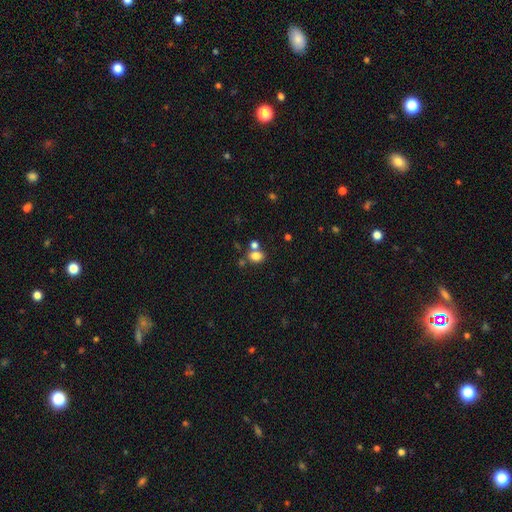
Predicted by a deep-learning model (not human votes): smooth_or_featured: smooth (p=0.79) [alt: star or artifact p=0.13]
how_rounded: in between (p=0.66) [alt: round p=0.33]
merging: none (p=0.55) [alt: merger p=0.29]